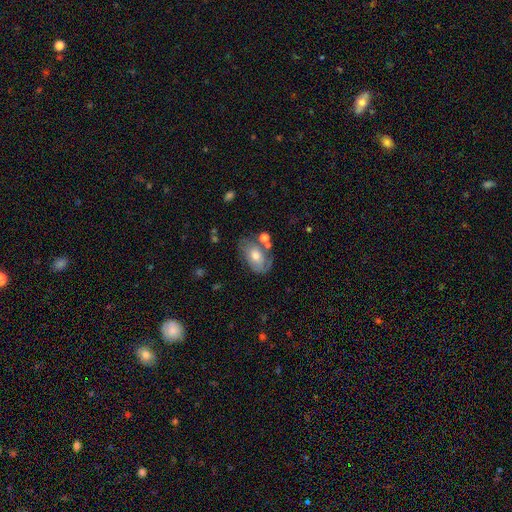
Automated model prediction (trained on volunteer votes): Smooth or featured? smooth (60%)
How rounded? in between (88%)
Merging? none (55%)